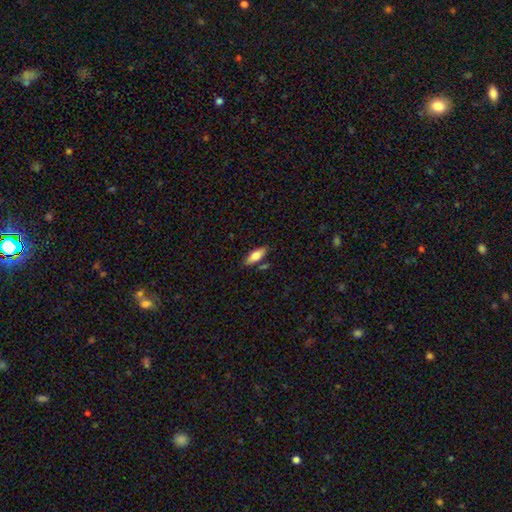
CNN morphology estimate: Smooth or featured?
  - smooth: 76% *
  - featured or disk: 17%
  - star or artifact: 7%
How rounded?
  - in between: 73% *
  - cigar-shaped: 25%
  - round: 2%
Merging?
  - none: 78% *
  - minor disturbance: 13%
  - merger: 6%
  - major disturbance: 3%